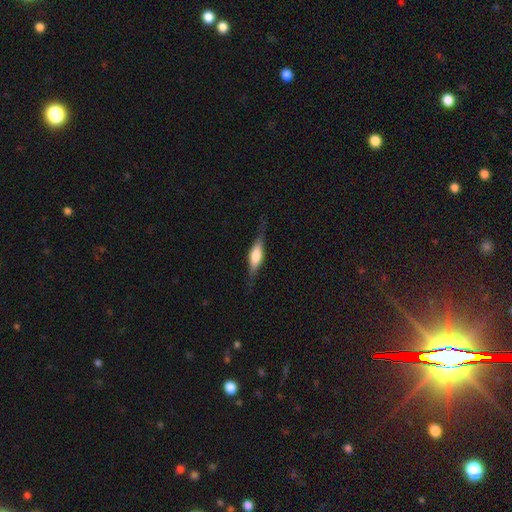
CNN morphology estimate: smooth-or-featured: featured or disk: 53% | smooth: 40% | star or artifact: 6%
  disk-edge-on: yes: 93% | no: 7%
  merging: none: 78% | minor disturbance: 16% | major disturbance: 5% | merger: 1%